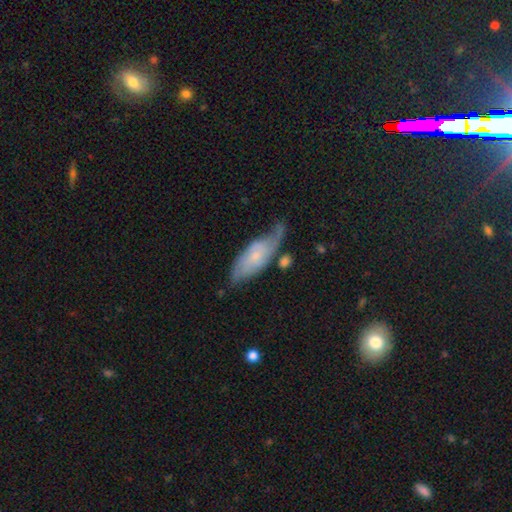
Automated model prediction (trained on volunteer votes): smooth_or_featured: featured or disk (p=0.54) [alt: smooth p=0.40]
disk_edge_on: no (p=0.81) [alt: yes p=0.19]
merging: none (p=0.49) [alt: minor disturbance p=0.32]